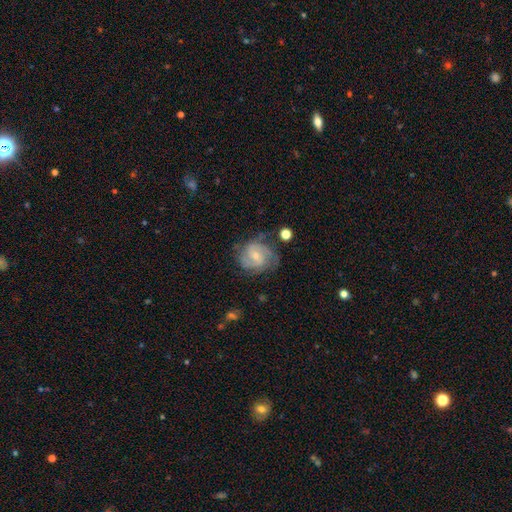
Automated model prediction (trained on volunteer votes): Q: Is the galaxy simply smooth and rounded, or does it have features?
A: featured or disk — 80%.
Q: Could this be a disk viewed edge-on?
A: no — 98%.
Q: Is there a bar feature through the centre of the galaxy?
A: no — 52%.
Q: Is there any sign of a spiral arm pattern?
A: yes — 95%.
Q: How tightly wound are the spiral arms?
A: tight — 51%.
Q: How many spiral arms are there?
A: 2 — 53%.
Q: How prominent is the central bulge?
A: small — 62%.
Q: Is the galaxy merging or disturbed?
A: none — 66%.